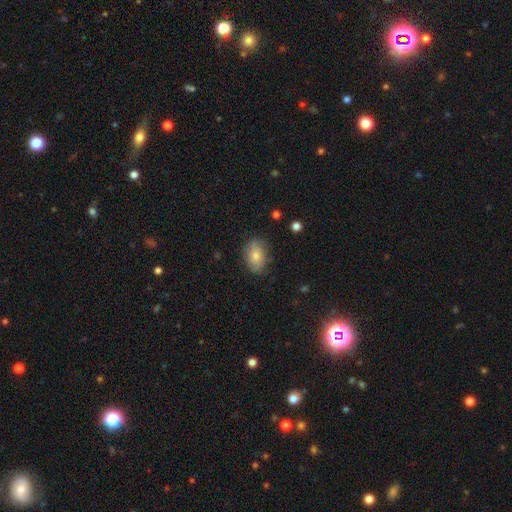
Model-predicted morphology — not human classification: Overall: smooth (75%). How rounded: in between (83%). Merging: none (77%).